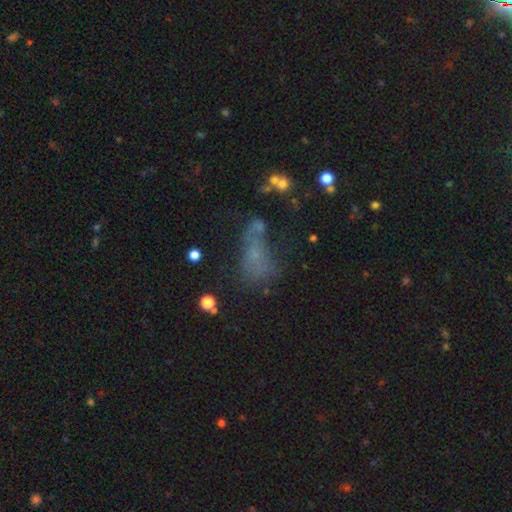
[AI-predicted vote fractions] This is marginally a smooth galaxy (42%). Merging: marginally none (32%).